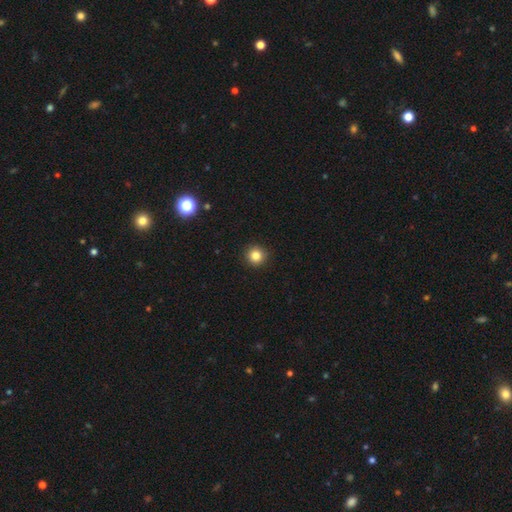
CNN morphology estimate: Overall: smooth (83%). How rounded: round (95%). Merging: none (93%).